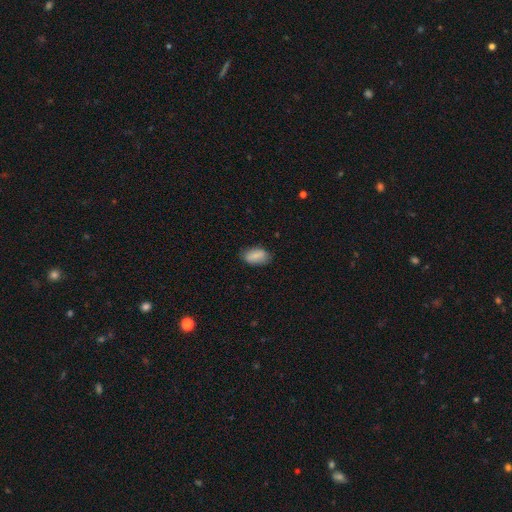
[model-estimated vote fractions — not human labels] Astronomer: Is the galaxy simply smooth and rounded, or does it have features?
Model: smooth — 80%.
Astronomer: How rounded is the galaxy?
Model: in between — 92%.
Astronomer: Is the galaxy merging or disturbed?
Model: none — 79%.